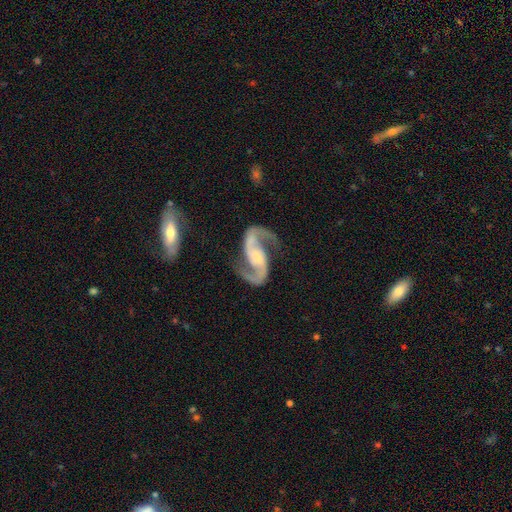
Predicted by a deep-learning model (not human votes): This is clearly a featured or disk galaxy (94%). It is clearly not viewed edge-on (98%). Bar: marginally no (42%). Spiral arm pattern: clearly yes (98%). Spiral arm count: clearly 2 (95%). Spiral winding: possibly medium (52%). Central bulge: marginally small (33%). Merging: likely none (76%).